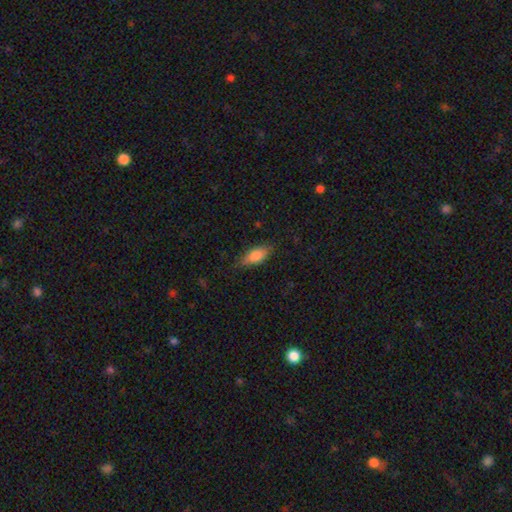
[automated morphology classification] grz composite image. It shows a smooth galaxy with no disk features (81%) that is in between round and cigar-shaped (83%). Merging: none (75%).